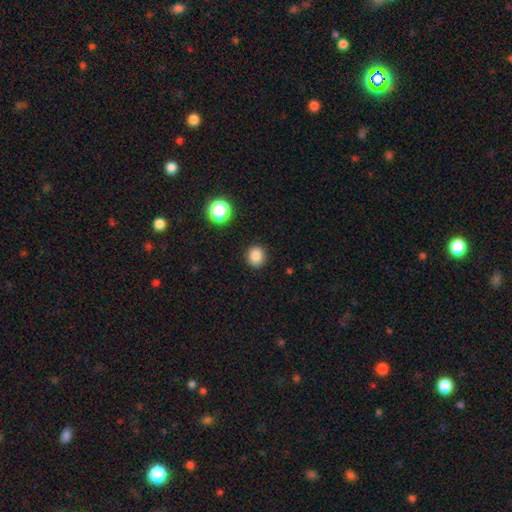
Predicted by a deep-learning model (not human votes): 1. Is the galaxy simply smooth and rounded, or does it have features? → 86% smooth, 11% star or artifact, 3% featured or disk.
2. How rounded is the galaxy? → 83% round, 16% in between, 1% cigar-shaped.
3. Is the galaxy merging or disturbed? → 90% none, 6% minor disturbance, 2% major disturbance, 1% merger.